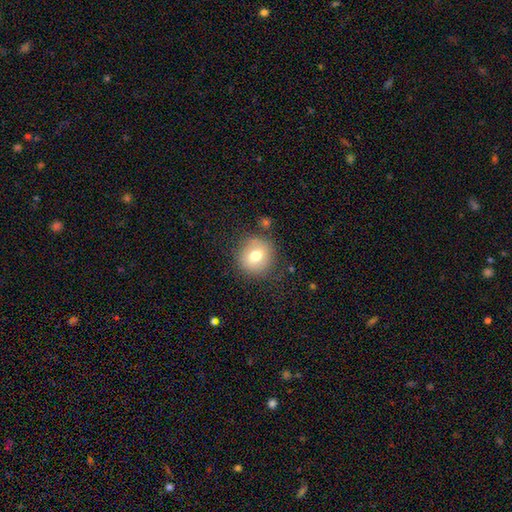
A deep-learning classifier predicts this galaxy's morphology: Smooth or featured: smooth — 71% (featured or disk — 19%)
How rounded: round — 88% (in between — 11%)
Merging: none — 83% (minor disturbance — 11%)